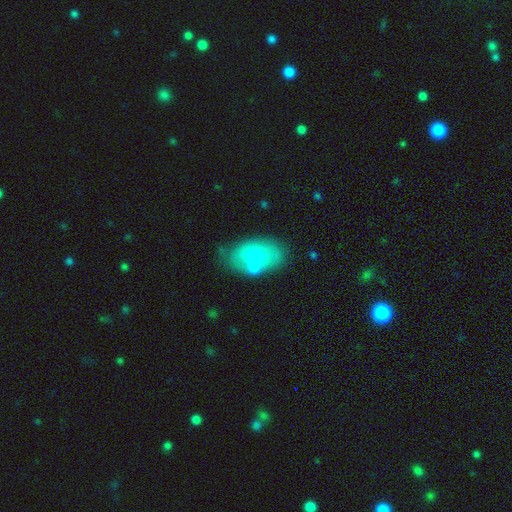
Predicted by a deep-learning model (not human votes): The model was most divided on "merging": none: 58%, minor disturbance: 21%, merger: 15%, major disturbance: 7%. More confident: how rounded — in between (91%); smooth or featured — smooth (68%).